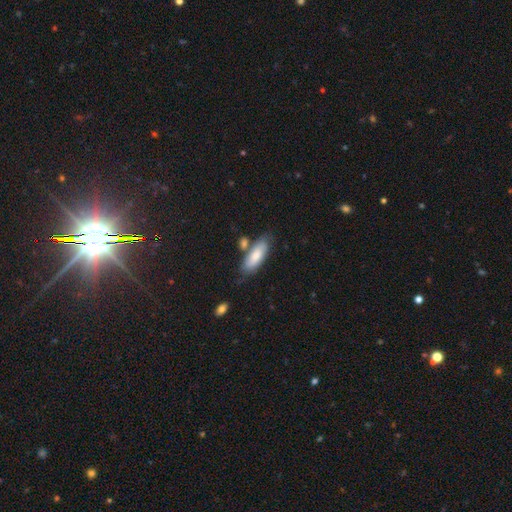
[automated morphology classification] Q: Smooth or featured?
A: smooth (76%); runner-up: featured or disk (18%)
Q: How rounded?
A: in between (70%); runner-up: cigar-shaped (29%)
Q: Merging?
A: none (64%); runner-up: minor disturbance (18%)